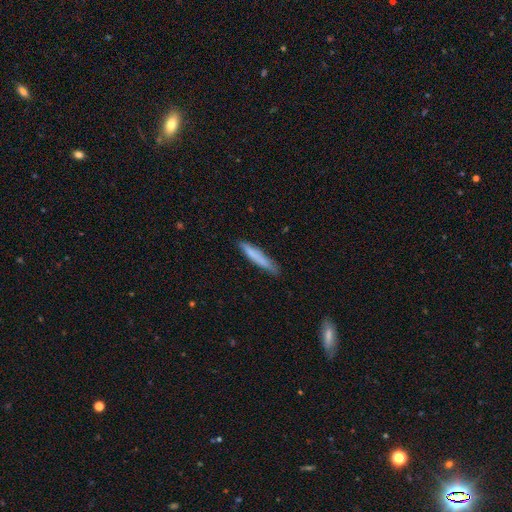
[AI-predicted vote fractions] Smooth or featured: smooth — 74% (featured or disk — 19%)
How rounded: cigar-shaped — 93% (in between — 6%)
Merging: none — 82% (minor disturbance — 15%)